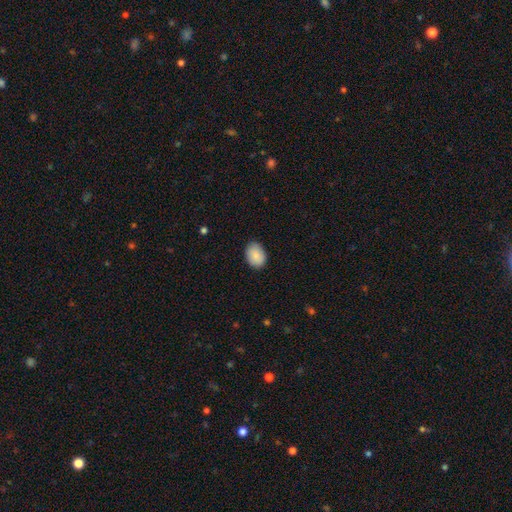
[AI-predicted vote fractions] The model was most divided on "how rounded": in between: 72%, round: 27%, cigar-shaped: 1%. More confident: smooth or featured — smooth (88%); merging — none (85%).